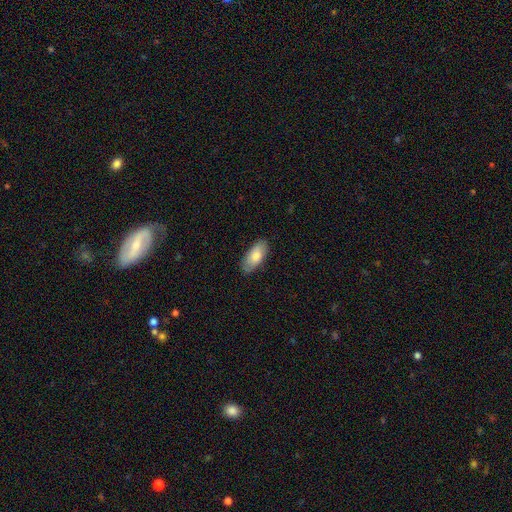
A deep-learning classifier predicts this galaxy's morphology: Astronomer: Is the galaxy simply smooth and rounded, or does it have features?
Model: smooth — 80%.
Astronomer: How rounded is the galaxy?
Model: in between — 88%.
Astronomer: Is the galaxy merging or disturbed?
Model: none — 82%.